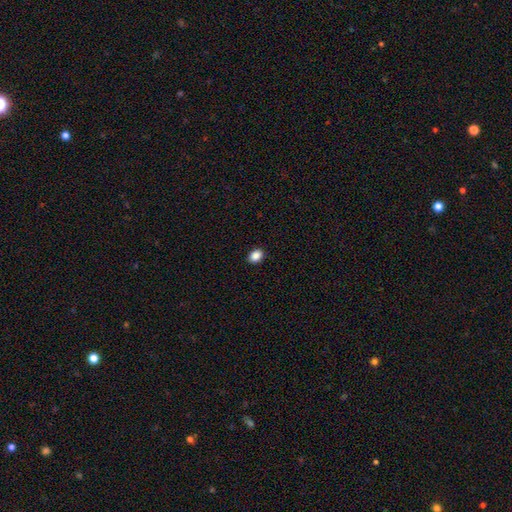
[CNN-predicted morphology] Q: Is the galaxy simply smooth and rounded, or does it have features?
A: smooth — 88%.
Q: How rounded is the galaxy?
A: in between — 65%.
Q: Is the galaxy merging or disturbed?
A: none — 91%.